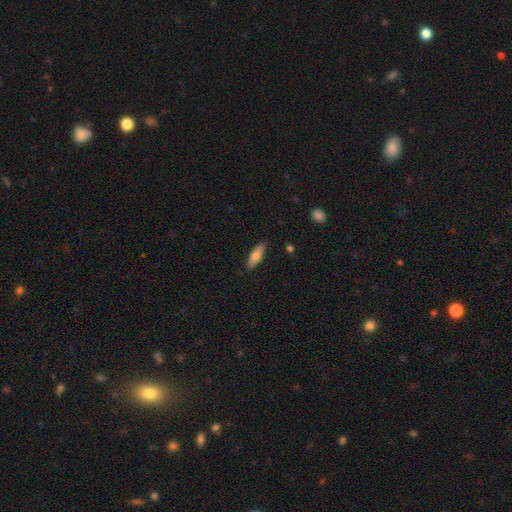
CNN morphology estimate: A smooth galaxy with no disk features (71%) that is cigar-shaped (52%).

Vote fractions:
- Smooth or featured? smooth: 71% / featured or disk: 23% / star or artifact: 6%
- How rounded? cigar-shaped: 52% / in between: 46% / round: 2%
- Merging? none: 86% / minor disturbance: 10% / major disturbance: 2% / merger: 1%